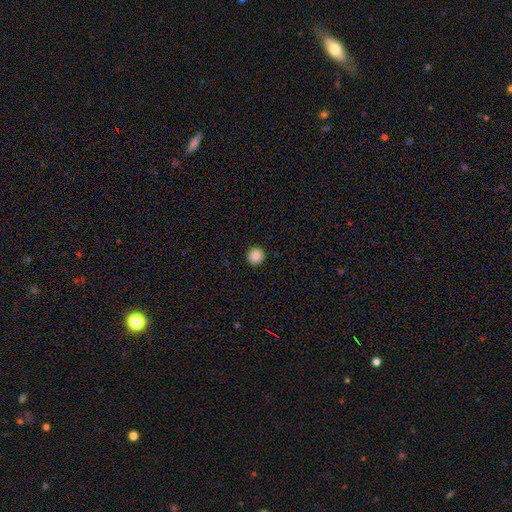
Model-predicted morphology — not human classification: Q: Smooth or featured?
A: smooth (88%); runner-up: star or artifact (10%)
Q: How rounded?
A: round (95%); runner-up: in between (5%)
Q: Merging?
A: none (92%); runner-up: minor disturbance (5%)